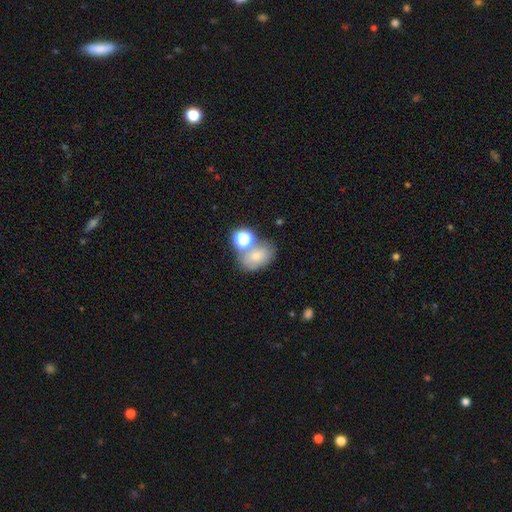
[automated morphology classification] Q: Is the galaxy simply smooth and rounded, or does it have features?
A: smooth — 67%.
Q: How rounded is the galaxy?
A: in between — 70%.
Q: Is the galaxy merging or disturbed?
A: none — 46%.